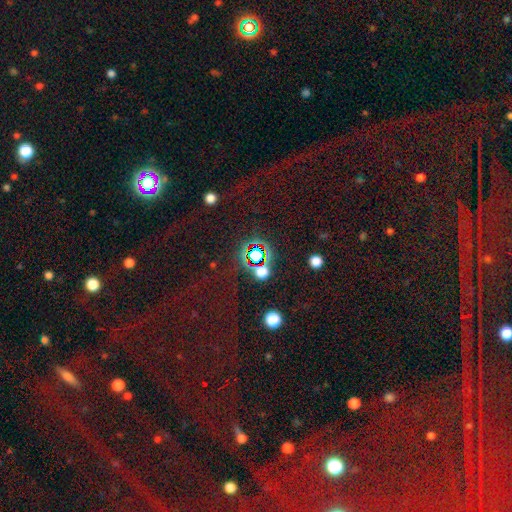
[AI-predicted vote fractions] Smooth or featured: star or artifact — 64% (smooth — 26%)